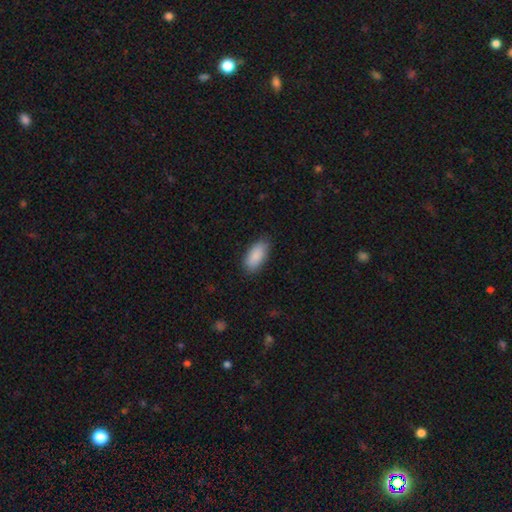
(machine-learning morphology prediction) A smooth galaxy with no disk features (89%) that is in between round and cigar-shaped (92%).

Vote fractions:
- Smooth or featured? smooth: 89% / star or artifact: 6% / featured or disk: 5%
- How rounded? in between: 92% / cigar-shaped: 6% / round: 2%
- Merging? none: 84% / minor disturbance: 12% / major disturbance: 2% / merger: 1%